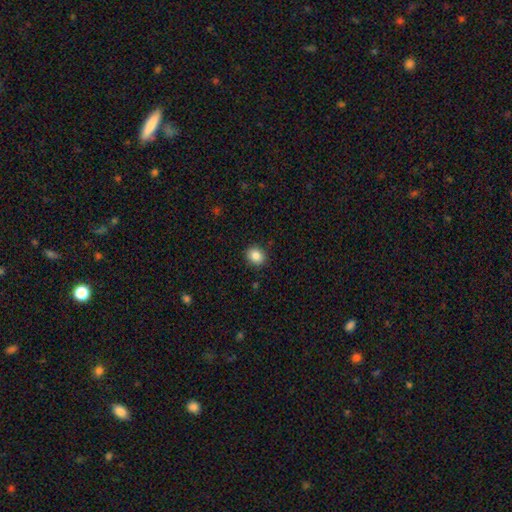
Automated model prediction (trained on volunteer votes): Smooth or featured: smooth — 86% (star or artifact — 10%)
How rounded: round — 73% (in between — 27%)
Merging: none — 90% (minor disturbance — 7%)